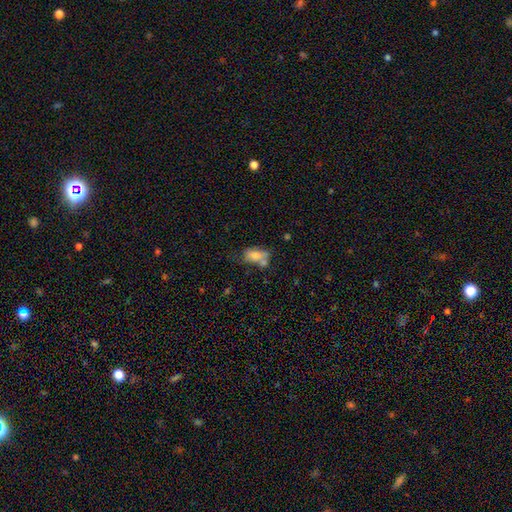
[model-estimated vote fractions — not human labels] The model was most divided on "merging": merger: 35%, none: 32%, minor disturbance: 21%, major disturbance: 12%. More confident: how rounded — in between (86%); smooth or featured — smooth (69%).